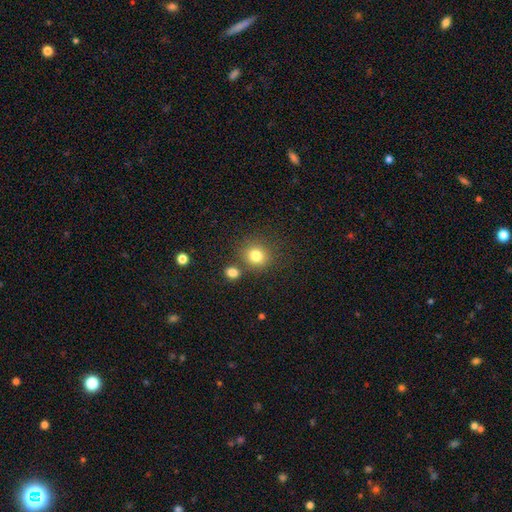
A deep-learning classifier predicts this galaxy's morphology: Smooth or featured?
  - smooth: 81% *
  - star or artifact: 13%
  - featured or disk: 7%
How rounded?
  - round: 83% *
  - in between: 16%
  - cigar-shaped: 1%
Merging?
  - none: 73% *
  - merger: 13%
  - minor disturbance: 10%
  - major disturbance: 4%